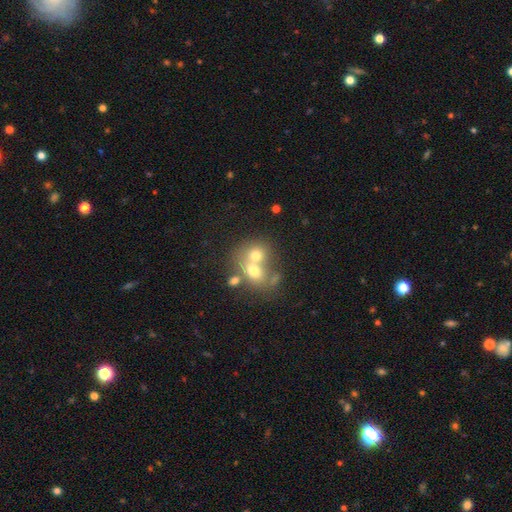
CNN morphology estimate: A smooth galaxy with no disk features (64%) that is round (59%).

Vote fractions:
- Smooth or featured? smooth: 64% / featured or disk: 24% / star or artifact: 12%
- How rounded? round: 59% / in between: 40% / cigar-shaped: 1%
- Merging? merger: 67% / none: 22% / minor disturbance: 7% / major disturbance: 4%